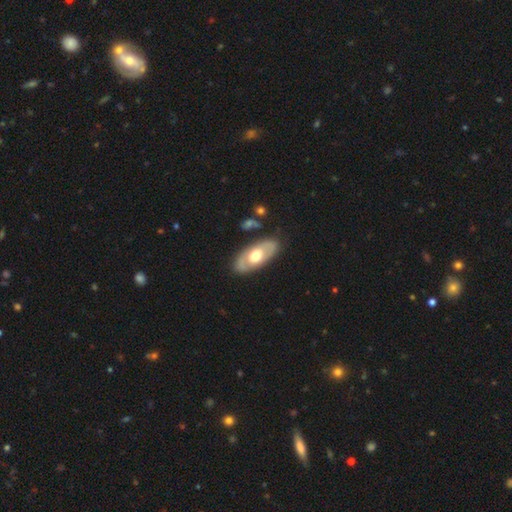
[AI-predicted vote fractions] The model was most divided on "smooth or featured": featured or disk: 52%, smooth: 44%, star or artifact: 4%. More confident: edge-on disk — no (83%); merging — none (81%).